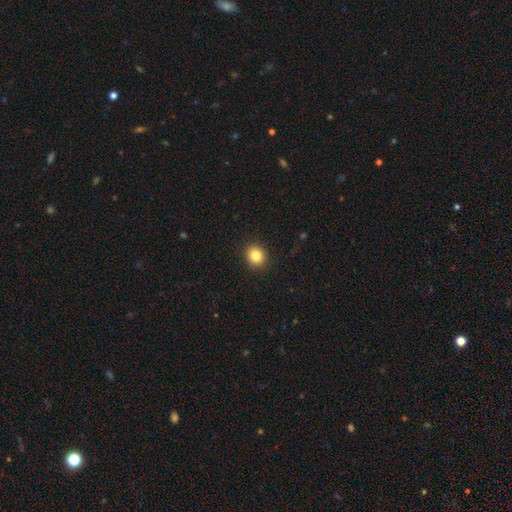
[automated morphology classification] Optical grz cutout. It shows a smooth galaxy with no disk features (83%) that is round (78%). Merging: none (91%).